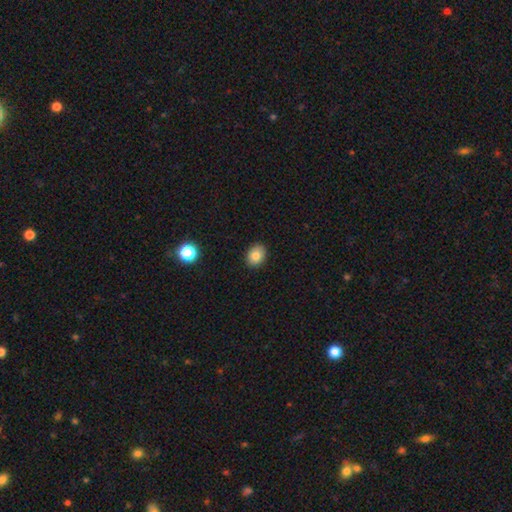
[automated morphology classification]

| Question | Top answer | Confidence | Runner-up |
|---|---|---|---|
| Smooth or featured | smooth | 82% | star or artifact (10%) |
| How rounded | in between | 54% | round (45%) |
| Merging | none | 90% | minor disturbance (7%) |